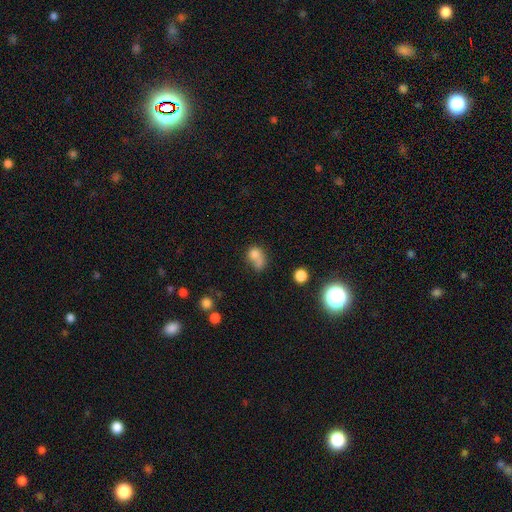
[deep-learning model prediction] Smooth or featured?
  - smooth: 73% *
  - featured or disk: 14%
  - star or artifact: 12%
How rounded?
  - round: 51% *
  - in between: 48%
  - cigar-shaped: 2%
Merging?
  - merger: 45% *
  - none: 28%
  - minor disturbance: 14%
  - major disturbance: 13%